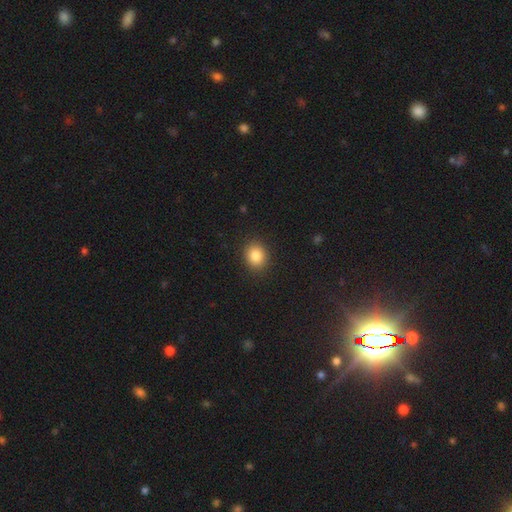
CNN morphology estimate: Smooth or featured?
  - smooth: 84% *
  - star or artifact: 10%
  - featured or disk: 6%
How rounded?
  - round: 67% *
  - in between: 32%
  - cigar-shaped: 1%
Merging?
  - none: 90% *
  - minor disturbance: 7%
  - major disturbance: 2%
  - merger: 1%